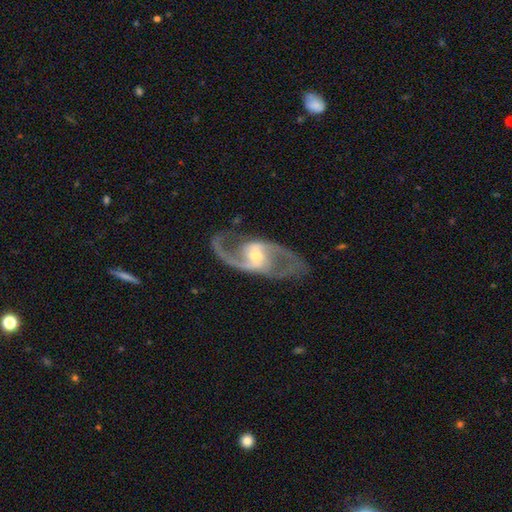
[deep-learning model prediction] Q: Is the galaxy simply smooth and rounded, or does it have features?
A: featured or disk — 92%.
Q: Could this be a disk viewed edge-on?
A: no — 96%.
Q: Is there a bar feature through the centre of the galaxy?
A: weak — 48%.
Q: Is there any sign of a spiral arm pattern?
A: yes — 97%.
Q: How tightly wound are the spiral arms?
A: medium — 56%.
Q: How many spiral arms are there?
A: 2 — 93%.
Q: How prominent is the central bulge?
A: moderate — 58%.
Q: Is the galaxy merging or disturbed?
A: none — 79%.